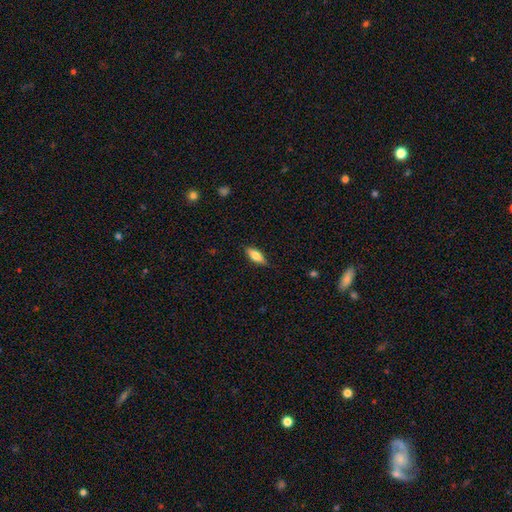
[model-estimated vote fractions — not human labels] Q: Smooth or featured?
A: smooth (68%); runner-up: featured or disk (26%)
Q: How rounded?
A: in between (67%); runner-up: cigar-shaped (31%)
Q: Merging?
A: none (86%); runner-up: minor disturbance (11%)